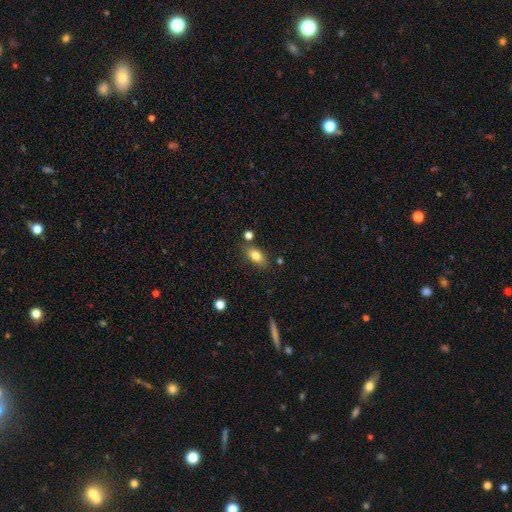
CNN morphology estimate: type=smooth (79%); roundness=in between (83%); merging=none (76%).